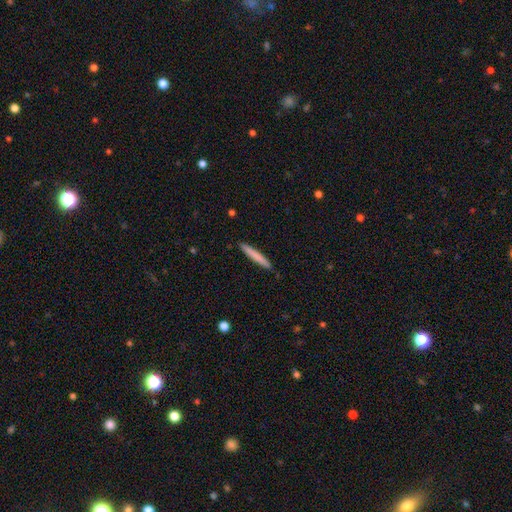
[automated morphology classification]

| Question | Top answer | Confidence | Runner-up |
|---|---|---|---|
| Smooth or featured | smooth | 75% | featured or disk (19%) |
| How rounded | cigar-shaped | 96% | in between (3%) |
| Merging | none | 91% | minor disturbance (7%) |